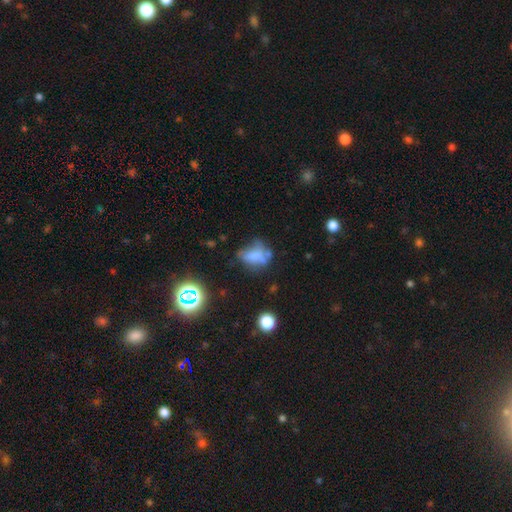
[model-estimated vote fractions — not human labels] smooth 56%, featured or disk 29%, star or artifact 16%. Down the decision tree: how rounded — in between (76%); merging — none (32%).